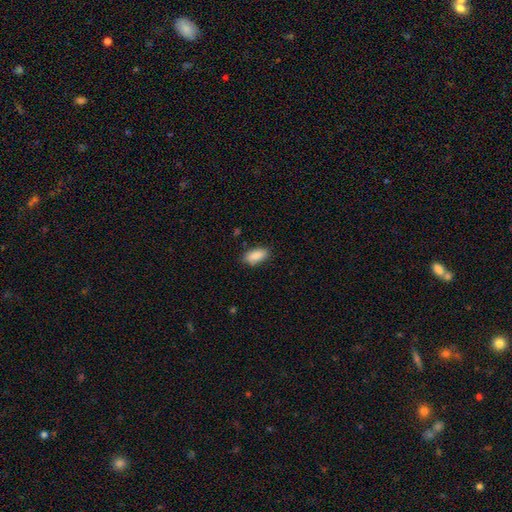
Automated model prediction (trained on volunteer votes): smooth-or-featured: smooth: 89% | star or artifact: 6% | featured or disk: 4%
  how-rounded: in between: 90% | cigar-shaped: 7% | round: 3%
  merging: none: 85% | minor disturbance: 11% | major disturbance: 2% | merger: 1%